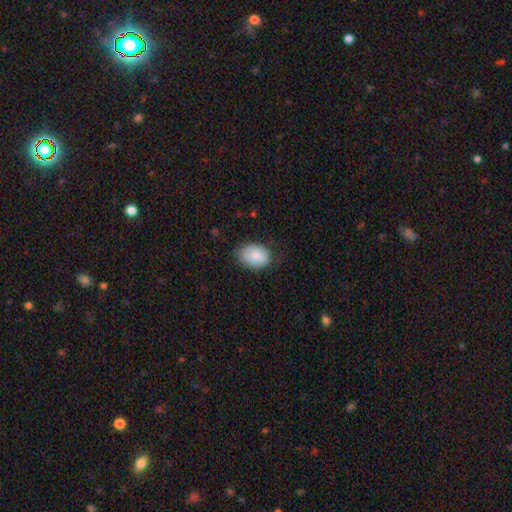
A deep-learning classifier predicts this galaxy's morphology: Smooth or featured? Predicted: smooth (p=0.87). How rounded? Predicted: in between (p=0.81). Merging? Predicted: none (p=0.69).